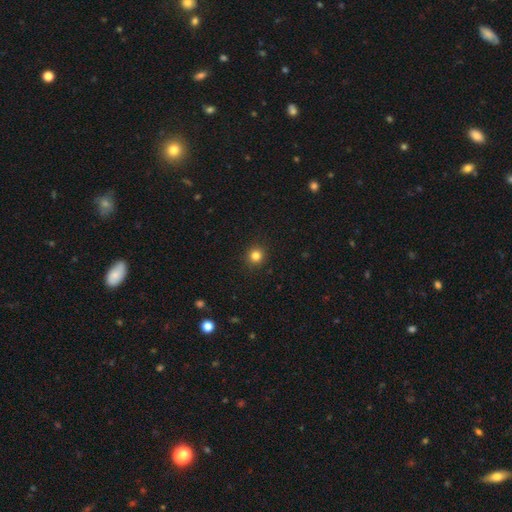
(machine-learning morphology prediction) smooth-or-featured: smooth: 82% | star or artifact: 13% | featured or disk: 5%
  how-rounded: round: 92% | in between: 7% | cigar-shaped: 1%
  merging: none: 92% | minor disturbance: 5% | major disturbance: 2% | merger: 1%